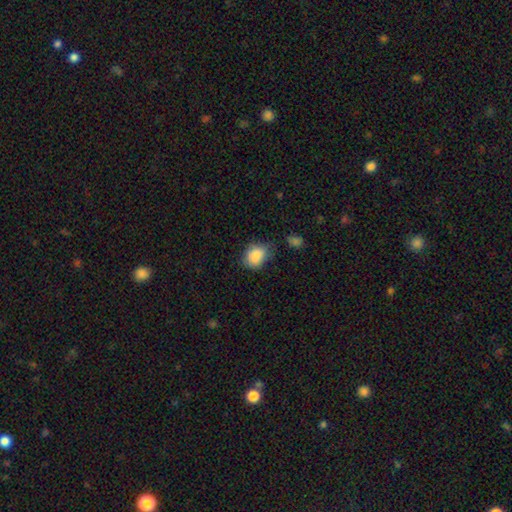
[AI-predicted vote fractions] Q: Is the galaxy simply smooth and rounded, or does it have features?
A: smooth — 87%.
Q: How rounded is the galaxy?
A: in between — 65%.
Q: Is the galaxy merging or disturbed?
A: none — 62%.